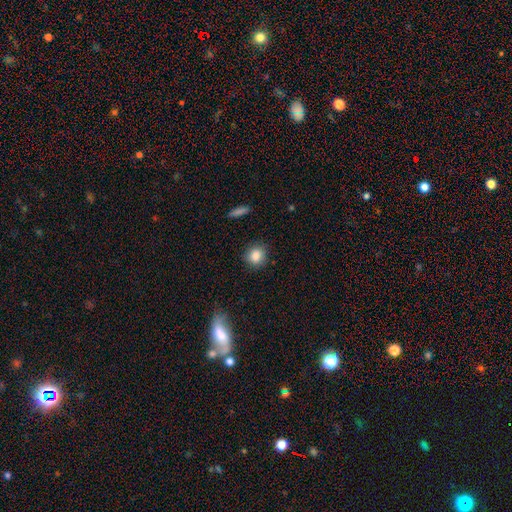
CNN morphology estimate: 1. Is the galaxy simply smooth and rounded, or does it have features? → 85% smooth, 10% star or artifact, 5% featured or disk.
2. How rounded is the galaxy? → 82% round, 17% in between, 1% cigar-shaped.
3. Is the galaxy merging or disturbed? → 86% none, 10% minor disturbance, 3% major disturbance, 1% merger.